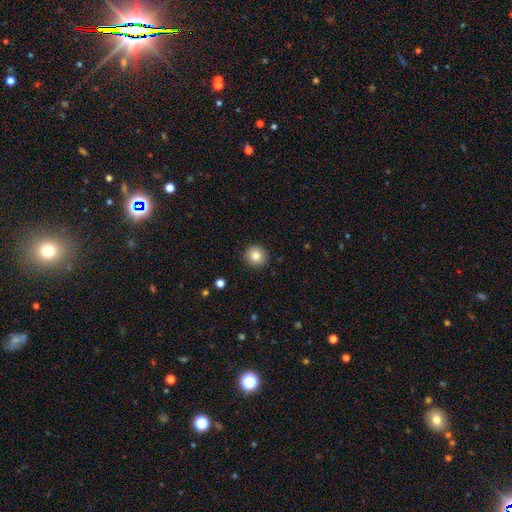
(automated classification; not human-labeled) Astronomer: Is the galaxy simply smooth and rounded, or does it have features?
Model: smooth — 84%.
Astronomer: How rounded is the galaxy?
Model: round — 93%.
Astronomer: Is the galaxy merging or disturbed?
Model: none — 91%.